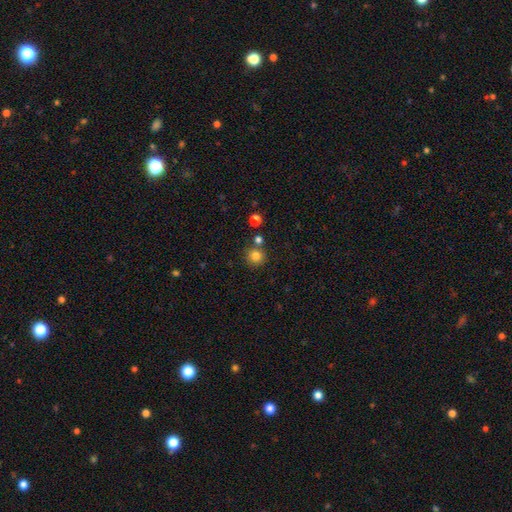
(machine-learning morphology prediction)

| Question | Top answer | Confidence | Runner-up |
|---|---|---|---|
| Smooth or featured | smooth | 82% | star or artifact (13%) |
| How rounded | round | 93% | in between (6%) |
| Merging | none | 77% | merger (12%) |